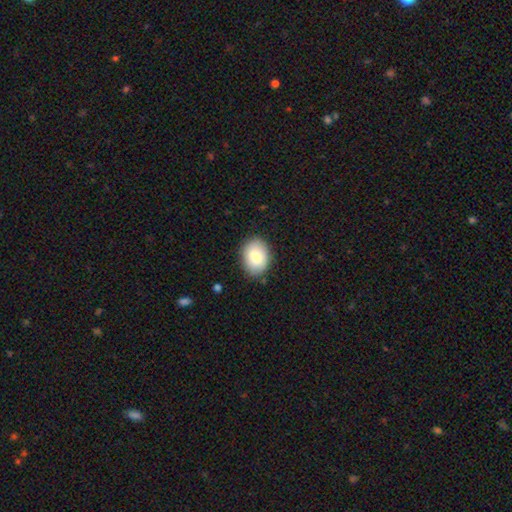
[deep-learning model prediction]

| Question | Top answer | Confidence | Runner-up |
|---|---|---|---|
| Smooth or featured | smooth | 82% | featured or disk (11%) |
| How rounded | in between | 71% | round (28%) |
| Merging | none | 86% | minor disturbance (11%) |